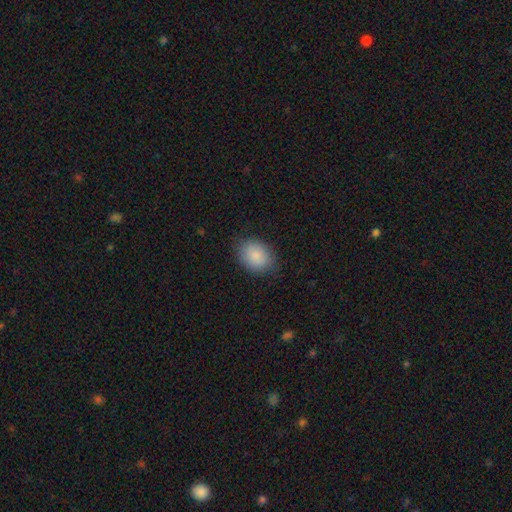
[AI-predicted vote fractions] This appears to be a smooth galaxy with no disk features (87%) that is in between round and cigar-shaped (61%). Merging: none (83%).